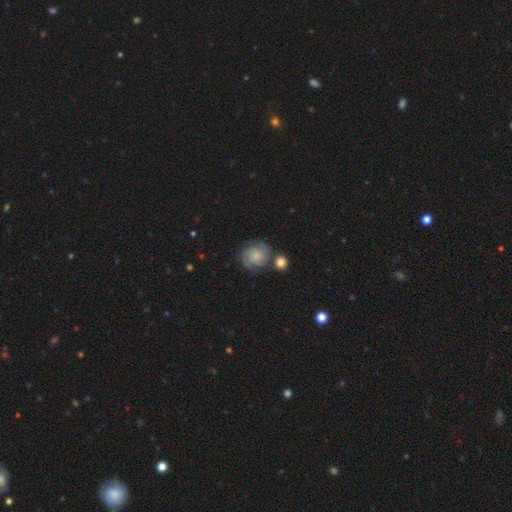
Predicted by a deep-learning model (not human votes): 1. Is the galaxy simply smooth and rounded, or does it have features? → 72% featured or disk, 21% smooth, 7% star or artifact.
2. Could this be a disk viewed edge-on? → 98% no, 2% yes.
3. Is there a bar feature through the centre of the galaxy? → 78% no, 19% weak, 3% strong.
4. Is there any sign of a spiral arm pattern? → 95% yes, 5% no.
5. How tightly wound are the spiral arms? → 64% tight, 29% medium, 7% loose.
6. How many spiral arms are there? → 66% 2, 13% 3, 13% can't tell, 3% 1, 3% 4, 3% more than 4.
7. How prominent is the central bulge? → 63% small, 21% moderate, 11% none, 3% large, 2% dominant.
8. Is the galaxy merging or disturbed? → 69% none, 14% minor disturbance, 11% merger, 5% major disturbance.